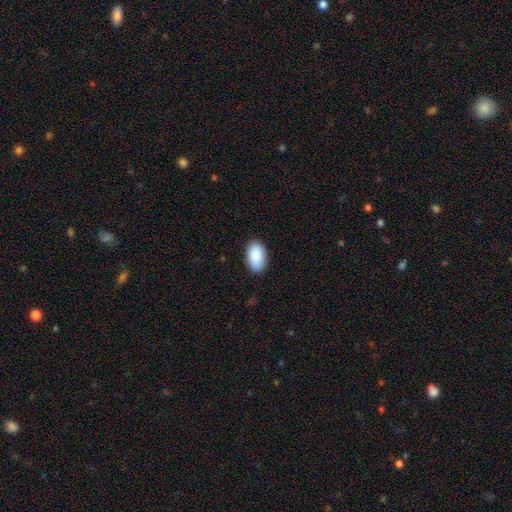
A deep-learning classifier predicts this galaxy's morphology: Overall: smooth (90%). How rounded: in between (95%). Merging: none (88%).